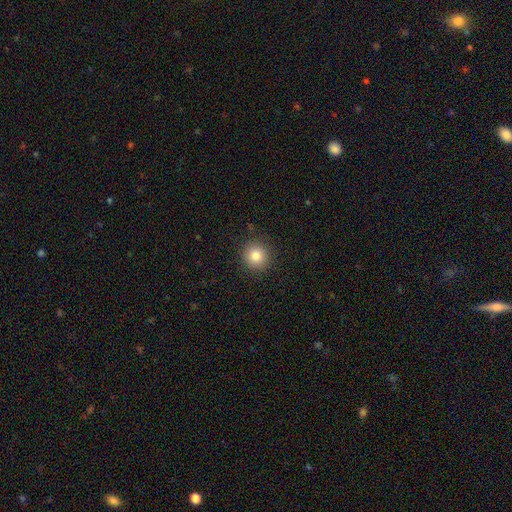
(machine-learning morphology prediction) This appears to be a smooth galaxy with no disk features (83%) that is round (93%). Merging: none (91%).